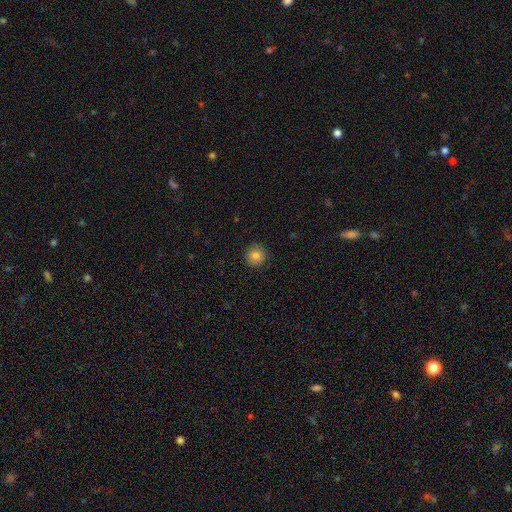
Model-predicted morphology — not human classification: Q: Smooth or featured?
A: smooth (83%); runner-up: star or artifact (10%)
Q: How rounded?
A: round (94%); runner-up: in between (5%)
Q: Merging?
A: none (90%); runner-up: minor disturbance (7%)